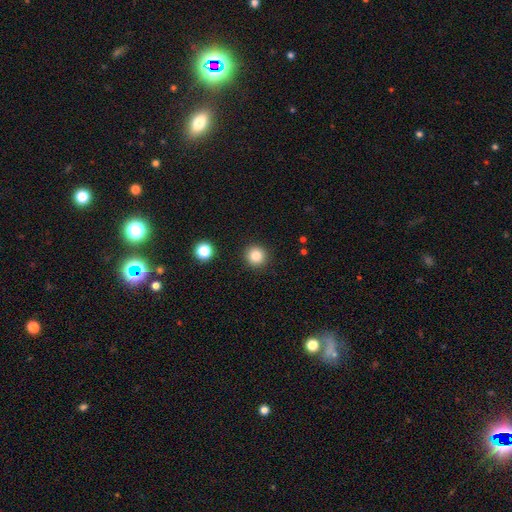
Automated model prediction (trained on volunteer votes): smooth 83%, star or artifact 12%, featured or disk 6%. Down the decision tree: how rounded — round (95%); merging — none (91%).